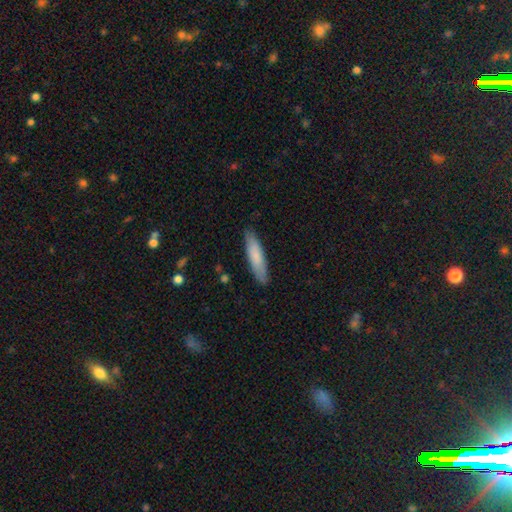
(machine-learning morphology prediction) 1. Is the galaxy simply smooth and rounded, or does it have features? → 79% smooth, 16% featured or disk, 5% star or artifact.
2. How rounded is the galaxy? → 77% cigar-shaped, 22% in between, 1% round.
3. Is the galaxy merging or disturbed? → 86% none, 11% minor disturbance, 2% major disturbance, 1% merger.